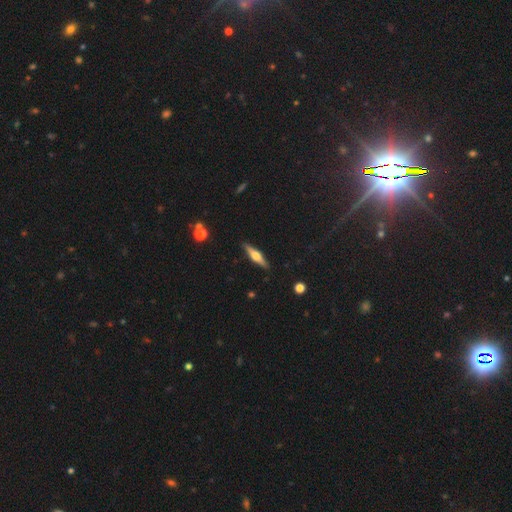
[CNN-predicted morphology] Q: Smooth or featured?
A: featured or disk (63%); runner-up: smooth (31%)
Q: Edge-on disk?
A: yes (96%); runner-up: no (4%)
Q: Edge-on bulge?
A: rounded (90%); runner-up: boxy (7%)
Q: Merging?
A: none (89%); runner-up: minor disturbance (8%)